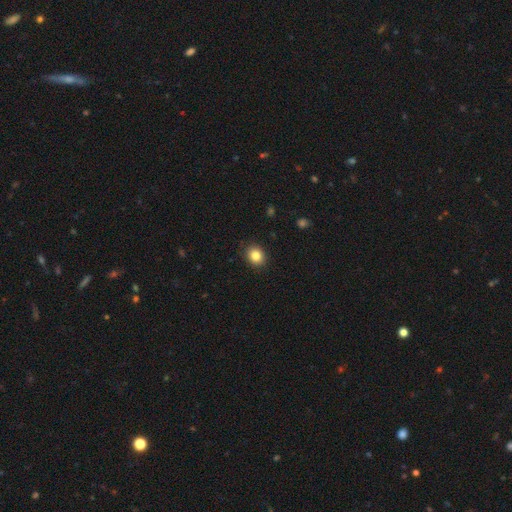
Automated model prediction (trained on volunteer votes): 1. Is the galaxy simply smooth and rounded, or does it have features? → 84% smooth, 10% star or artifact, 6% featured or disk.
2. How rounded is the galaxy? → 67% round, 33% in between, 1% cigar-shaped.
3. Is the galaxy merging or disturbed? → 90% none, 7% minor disturbance, 2% major disturbance, 1% merger.